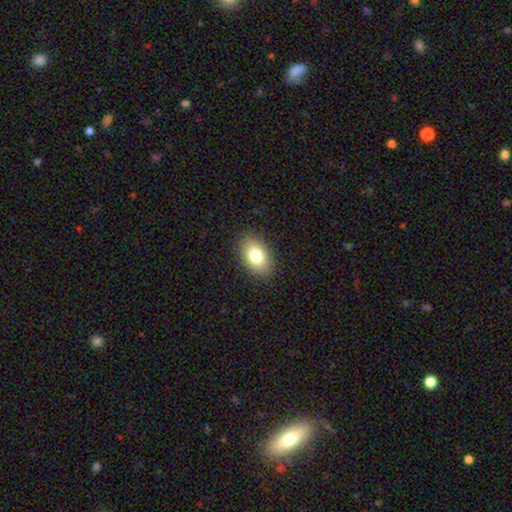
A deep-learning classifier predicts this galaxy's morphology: smooth 80%, featured or disk 12%, star or artifact 8%. Down the decision tree: how rounded — in between (88%); merging — none (88%).